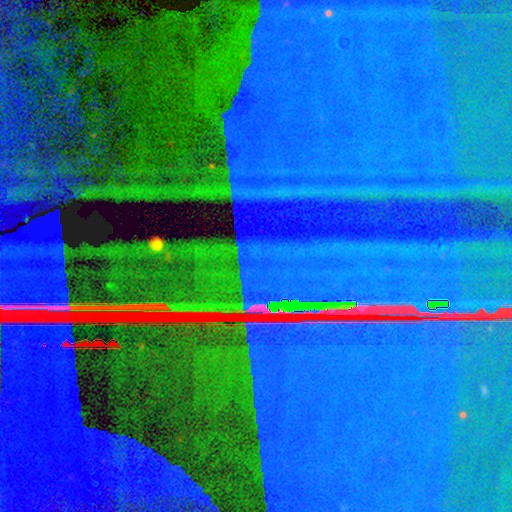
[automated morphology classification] A star or artifact, not a galaxy (87%).

Vote fractions:
- Smooth or featured? star or artifact: 87% / featured or disk: 7% / smooth: 5%